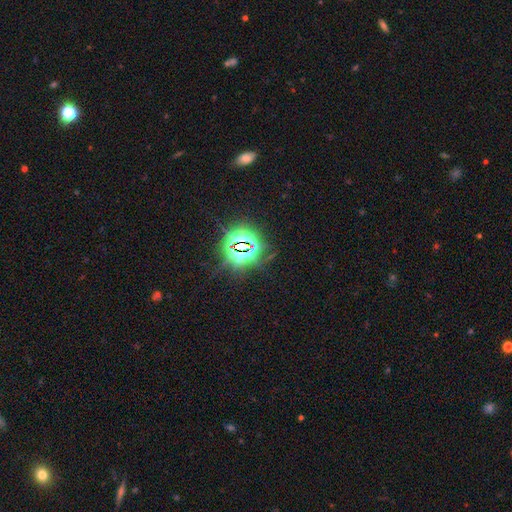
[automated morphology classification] Smooth or featured? star or artifact (82%)